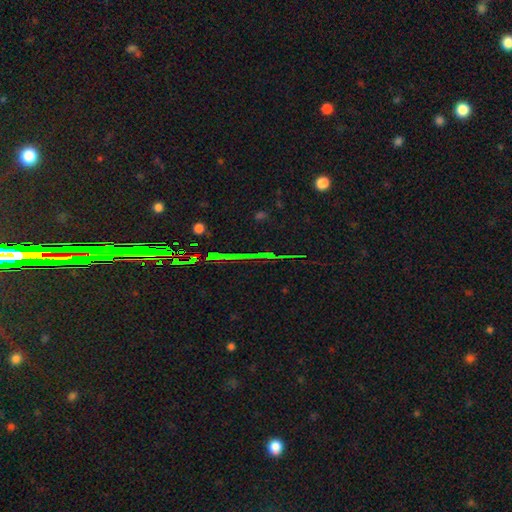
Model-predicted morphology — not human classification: type=star or artifact (75%).